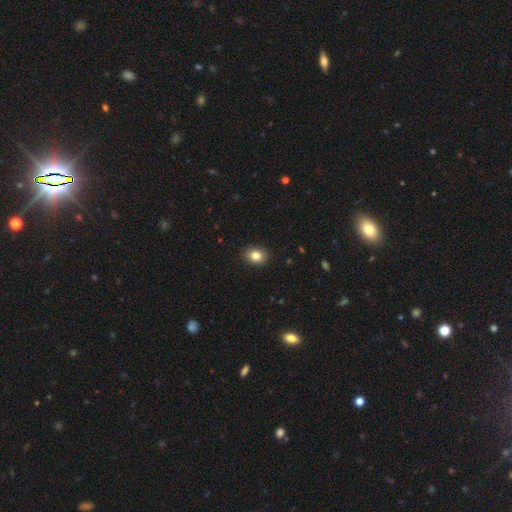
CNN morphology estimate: Overall: smooth (83%). How rounded: in between (59%; round 40%). Merging: none (90%).